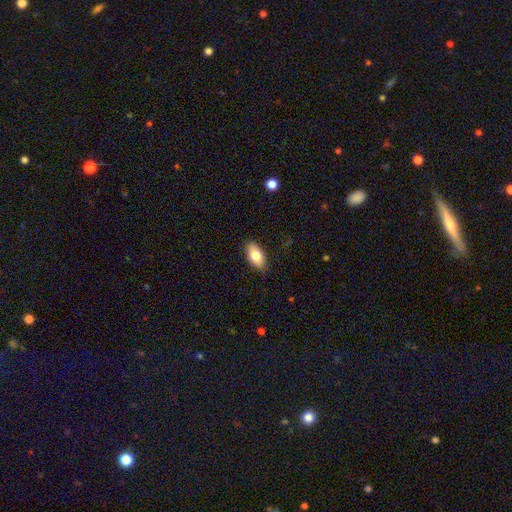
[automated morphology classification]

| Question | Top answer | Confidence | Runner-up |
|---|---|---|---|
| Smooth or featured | smooth | 79% | featured or disk (14%) |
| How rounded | in between | 92% | round (4%) |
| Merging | none | 86% | minor disturbance (10%) |